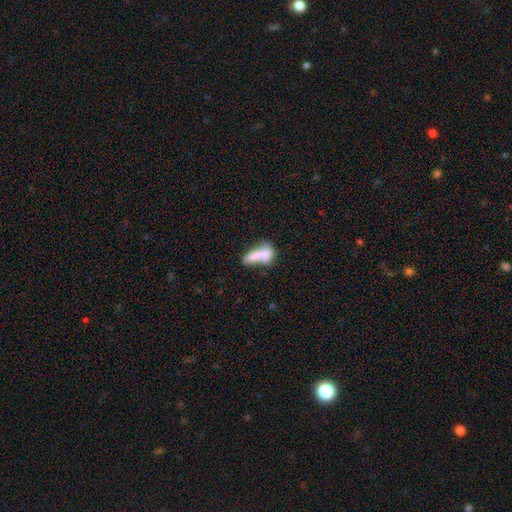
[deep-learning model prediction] This appears to be a smooth galaxy with no disk features (65%) that is in between round and cigar-shaped (57%). Merging: merger (53%).